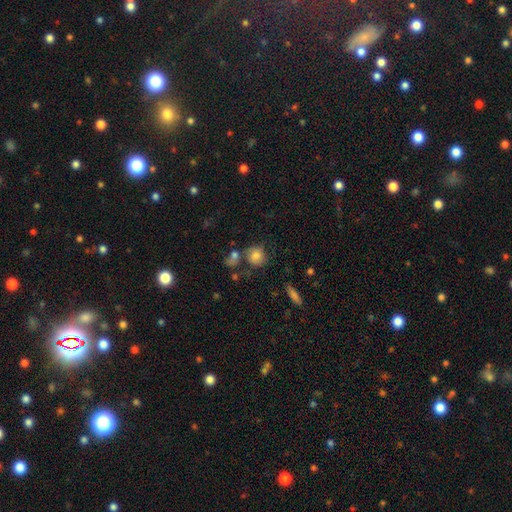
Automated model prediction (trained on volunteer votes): A smooth galaxy with no disk features (75%) that is round (76%).

Vote fractions:
- Smooth or featured? smooth: 75% / featured or disk: 14% / star or artifact: 10%
- How rounded? round: 76% / in between: 23% / cigar-shaped: 2%
- Merging? none: 55% / merger: 19% / minor disturbance: 17% / major disturbance: 9%